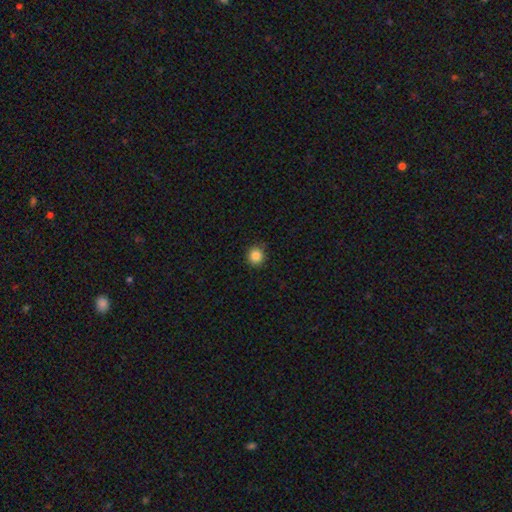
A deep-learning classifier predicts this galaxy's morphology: A smooth galaxy with no disk features (85%) that is round (90%). Merging: none (87%).